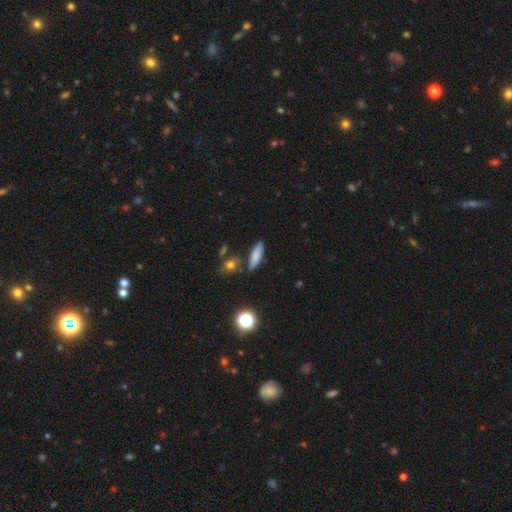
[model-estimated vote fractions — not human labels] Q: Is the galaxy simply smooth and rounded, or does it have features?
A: smooth — 78%.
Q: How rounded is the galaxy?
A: cigar-shaped — 54%.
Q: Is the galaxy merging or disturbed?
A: none — 79%.